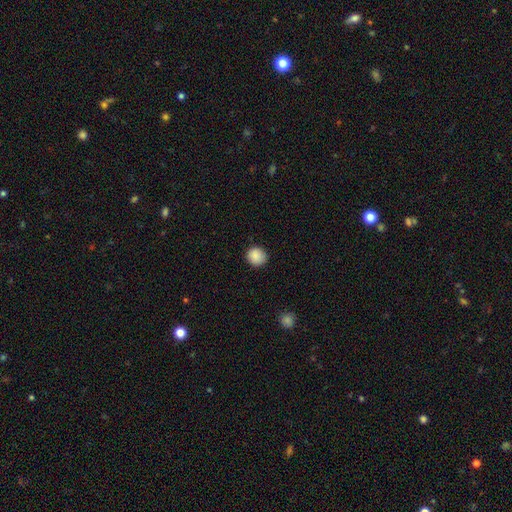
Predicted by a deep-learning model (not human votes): smooth-or-featured: smooth: 89% | star or artifact: 9% | featured or disk: 3%
  how-rounded: round: 89% | in between: 10% | cigar-shaped: 1%
  merging: none: 89% | minor disturbance: 8% | major disturbance: 2% | merger: 1%